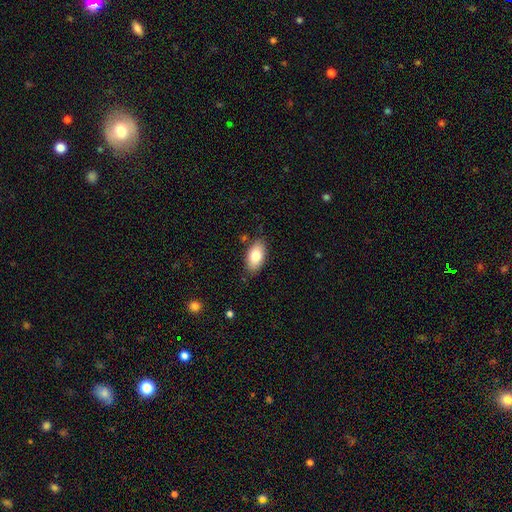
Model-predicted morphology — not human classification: Smooth or featured: smooth — 80% (featured or disk — 13%)
How rounded: in between — 93% (round — 4%)
Merging: none — 84% (minor disturbance — 12%)